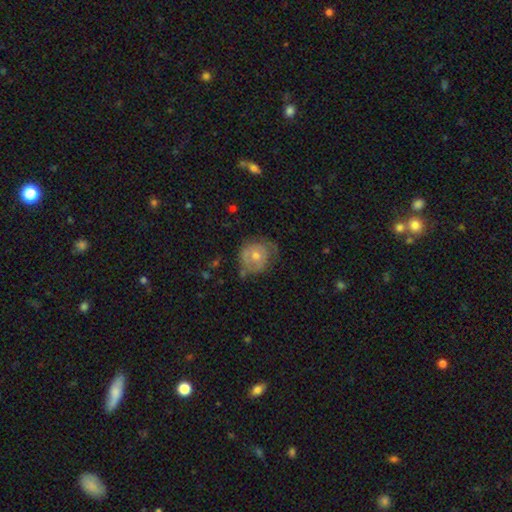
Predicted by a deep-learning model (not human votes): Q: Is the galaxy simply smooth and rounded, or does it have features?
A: featured or disk — 53%.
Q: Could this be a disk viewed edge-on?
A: no — 96%.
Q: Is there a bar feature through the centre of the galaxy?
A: no — 84%.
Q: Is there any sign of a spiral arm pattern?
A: yes — 60%.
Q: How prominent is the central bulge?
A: moderate — 56%.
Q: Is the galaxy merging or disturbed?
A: none — 53%.